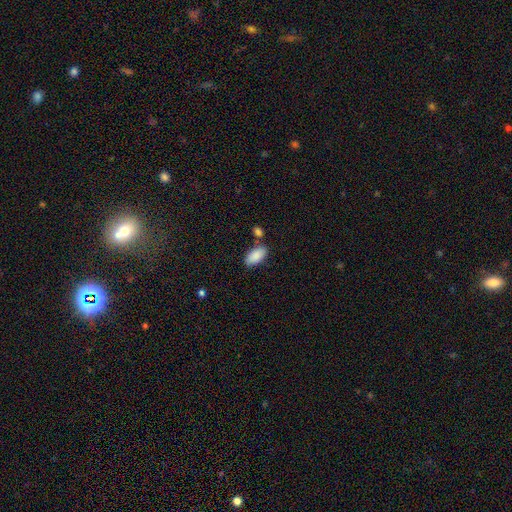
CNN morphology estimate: type=smooth (89%); roundness=in between (94%); merging=none (72%).